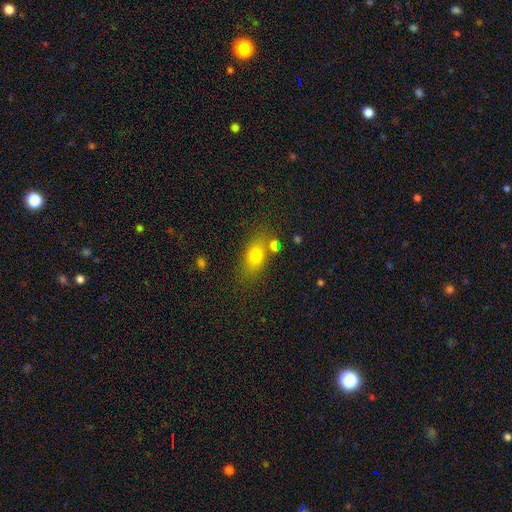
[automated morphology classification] A smooth galaxy with no disk features (75%) that is in between round and cigar-shaped (74%).

Vote fractions:
- Smooth or featured? smooth: 75% / featured or disk: 14% / star or artifact: 12%
- How rounded? in between: 74% / round: 19% / cigar-shaped: 8%
- Merging? none: 68% / minor disturbance: 15% / merger: 11% / major disturbance: 6%